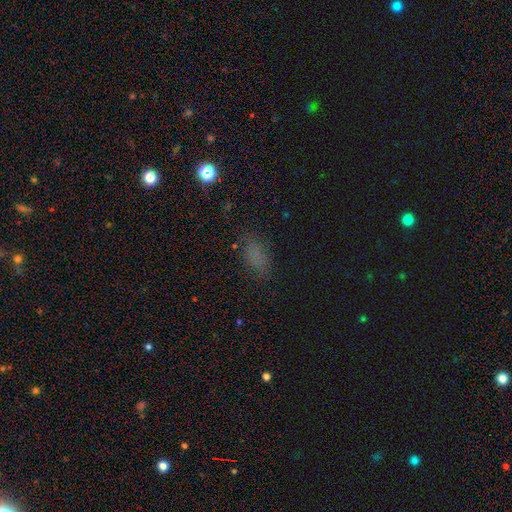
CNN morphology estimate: type=smooth (73%); roundness=in between (83%); merging=none (77%).